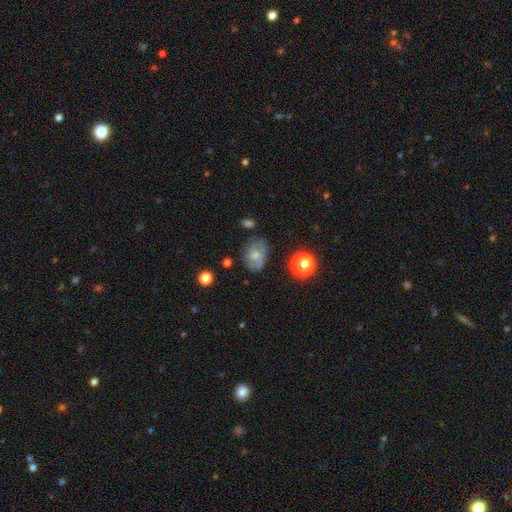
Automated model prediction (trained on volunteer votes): The model was most divided on "smooth or featured": featured or disk: 45%, smooth: 43%, star or artifact: 12%. More confident: merging — none (59%).